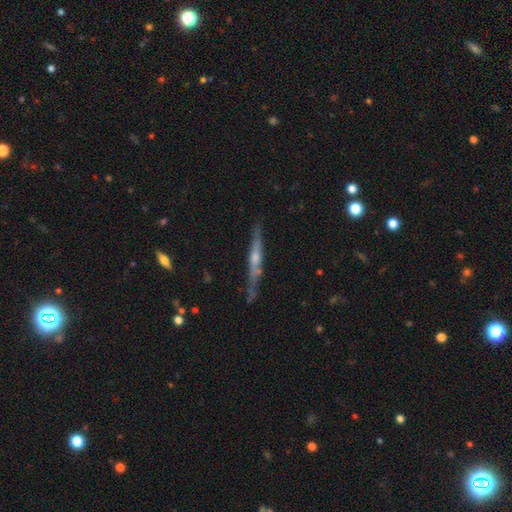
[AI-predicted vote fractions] Morphology: type=featured or disk (70%); edge-on=yes (95%); edge-on bulge=rounded (63%); merging=none (76%).